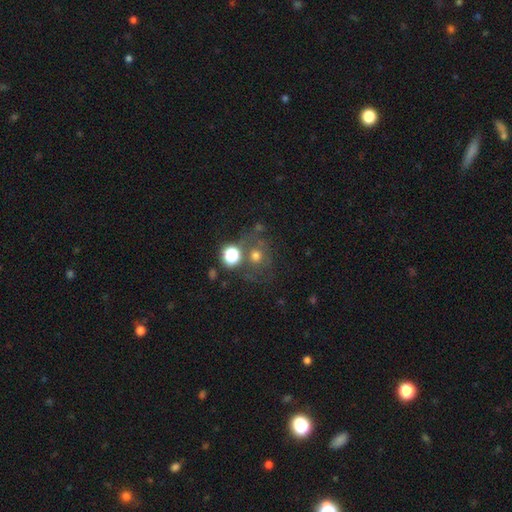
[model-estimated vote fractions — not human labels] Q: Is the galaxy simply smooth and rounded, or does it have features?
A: smooth — 54%.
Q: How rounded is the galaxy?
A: round — 80%.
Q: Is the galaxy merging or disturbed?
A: none — 56%.